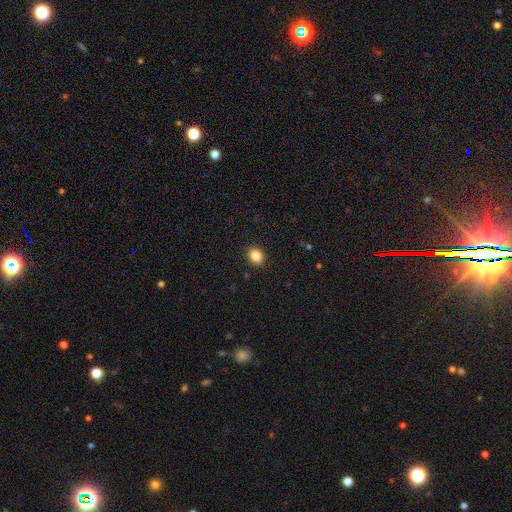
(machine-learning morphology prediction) smooth-or-featured: smooth: 86% | star or artifact: 10% | featured or disk: 4%
  how-rounded: round: 56% | in between: 43% | cigar-shaped: 1%
  merging: none: 91% | minor disturbance: 6% | major disturbance: 2% | merger: 1%